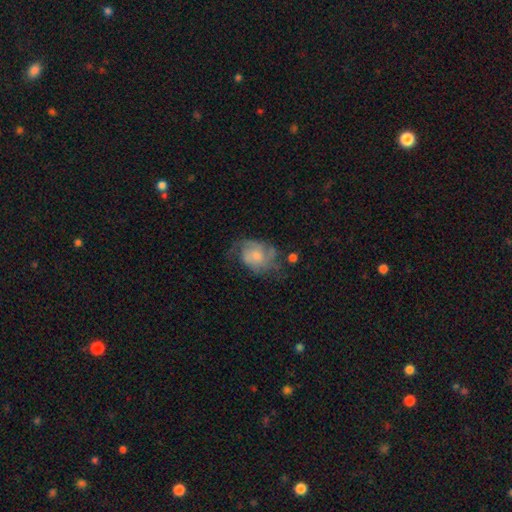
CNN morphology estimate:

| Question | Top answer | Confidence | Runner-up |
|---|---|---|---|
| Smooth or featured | featured or disk | 64% | smooth (28%) |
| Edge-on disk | no | 97% | yes (3%) |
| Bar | no | 77% | weak (20%) |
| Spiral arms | yes | 80% | no (20%) |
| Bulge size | small | 48% | moderate (40%) |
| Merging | none | 44% | minor disturbance (27%) |